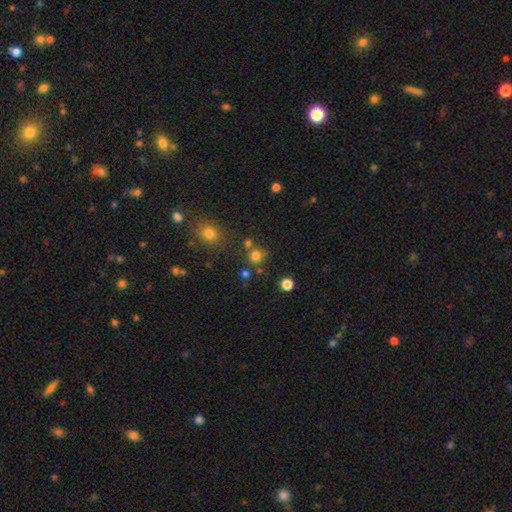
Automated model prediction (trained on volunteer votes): A smooth galaxy with no disk features (75%) that is round (90%).

Vote fractions:
- Smooth or featured? smooth: 75% / star or artifact: 18% / featured or disk: 6%
- How rounded? round: 90% / in between: 9% / cigar-shaped: 1%
- Merging? none: 72% / merger: 15% / minor disturbance: 9% / major disturbance: 4%